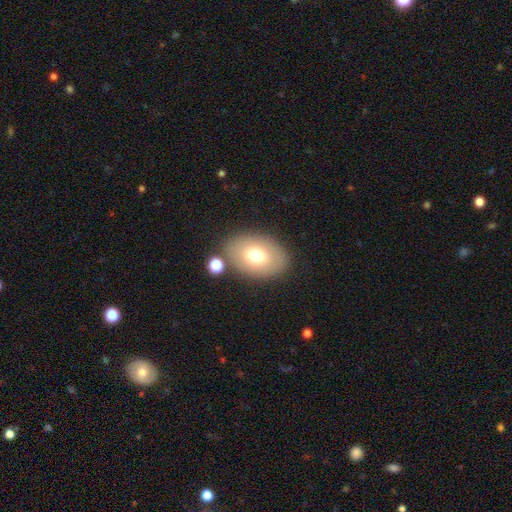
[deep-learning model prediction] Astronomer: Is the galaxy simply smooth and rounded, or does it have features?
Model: smooth — 72%.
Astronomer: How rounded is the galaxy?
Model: in between — 82%.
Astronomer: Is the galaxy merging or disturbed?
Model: none — 79%.